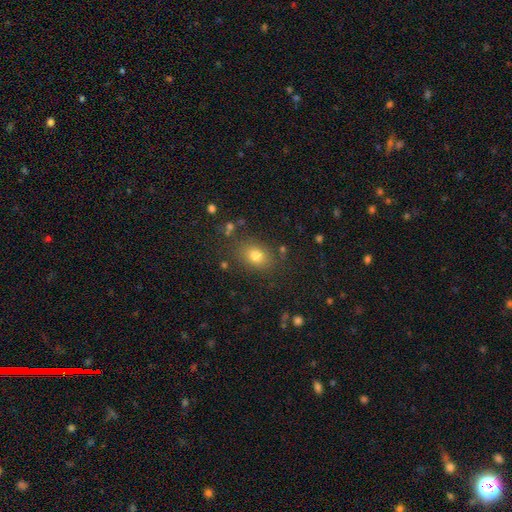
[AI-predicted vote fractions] Smooth or featured? smooth (76%)
How rounded? in between (60%)
Merging? none (81%)